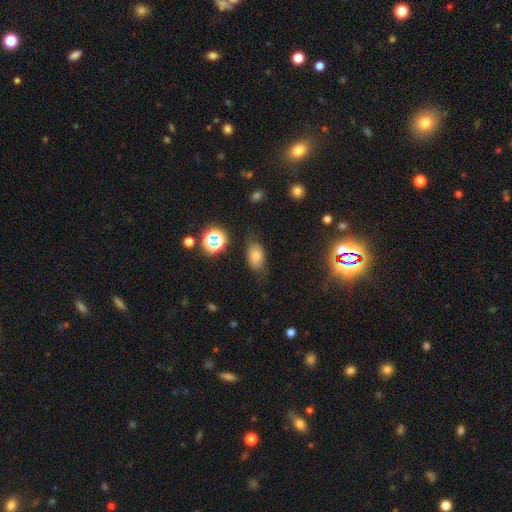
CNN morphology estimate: Smooth or featured? smooth (70%)
How rounded? in between (86%)
Merging? none (70%)